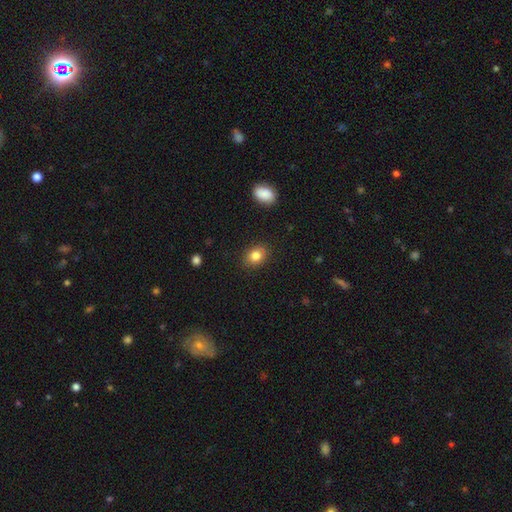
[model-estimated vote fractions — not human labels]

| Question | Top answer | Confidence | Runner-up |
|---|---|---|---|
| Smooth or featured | smooth | 83% | star or artifact (10%) |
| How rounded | in between | 61% | round (38%) |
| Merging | none | 86% | minor disturbance (10%) |